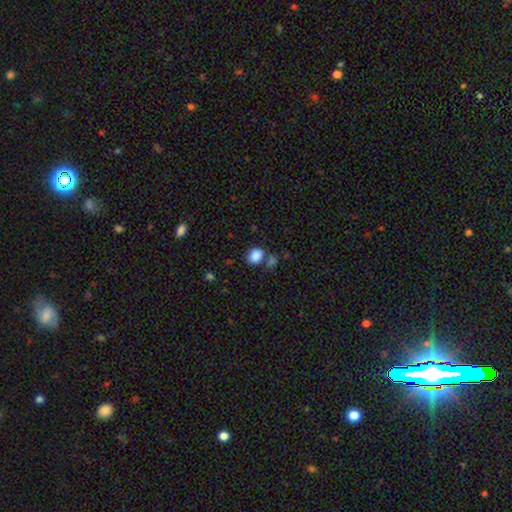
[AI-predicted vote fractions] Overall: smooth (87%). How rounded: round (52%; in between 47%). Merging: none (67%).